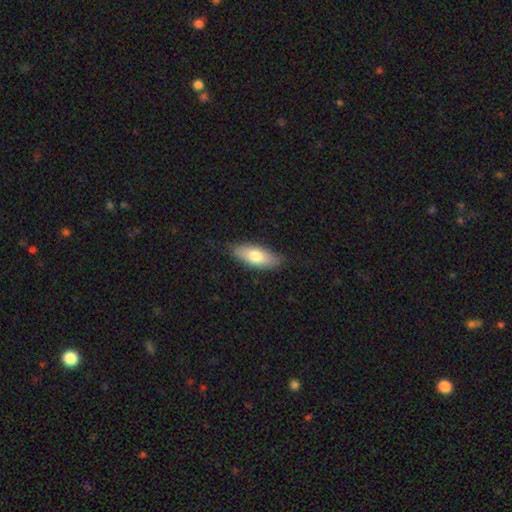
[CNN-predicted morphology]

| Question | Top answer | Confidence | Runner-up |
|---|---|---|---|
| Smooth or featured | smooth | 73% | featured or disk (22%) |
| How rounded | in between | 78% | cigar-shaped (19%) |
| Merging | none | 82% | minor disturbance (14%) |